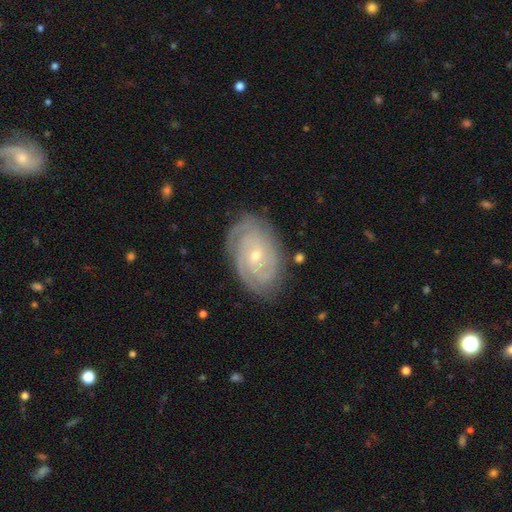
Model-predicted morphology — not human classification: This appears to be a featured or disk galaxy (86%) with no bar (71%), 3 (28%) tight (80%) spiral arms (97%) and a small central bulge (65%). Merging: none (80%).